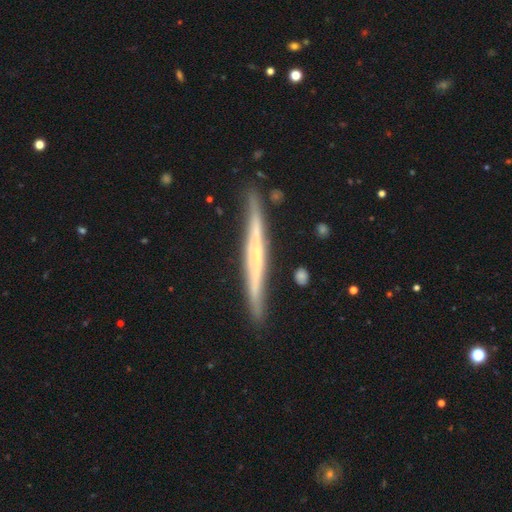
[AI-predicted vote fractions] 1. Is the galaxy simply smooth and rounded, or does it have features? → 70% featured or disk, 24% smooth, 6% star or artifact.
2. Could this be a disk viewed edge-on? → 96% yes, 4% no.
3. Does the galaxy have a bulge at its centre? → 61% none, 30% rounded, 9% boxy.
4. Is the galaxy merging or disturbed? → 85% none, 11% minor disturbance, 2% merger, 2% major disturbance.